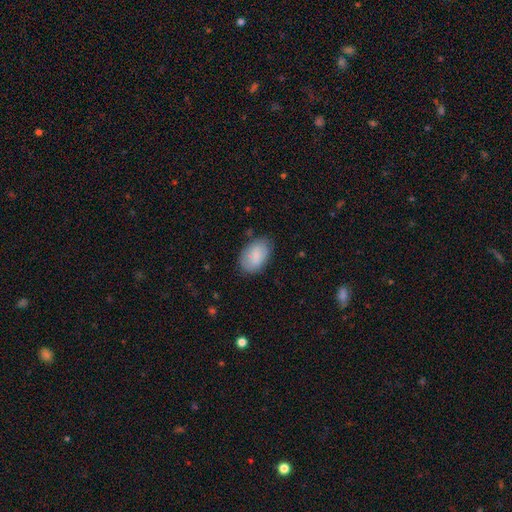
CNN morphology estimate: smooth 82%, featured or disk 12%, star or artifact 7%. Down the decision tree: how rounded — in between (90%); merging — none (73%).